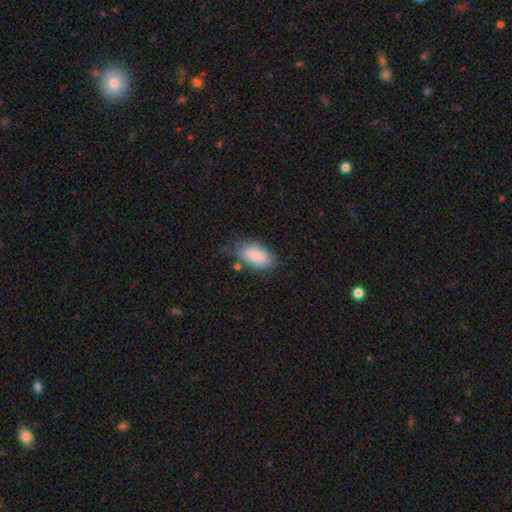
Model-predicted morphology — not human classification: smooth-or-featured: smooth: 85% | featured or disk: 9% | star or artifact: 7%
  how-rounded: in between: 94% | round: 4% | cigar-shaped: 3%
  merging: none: 63% | minor disturbance: 24% | major disturbance: 7% | merger: 6%